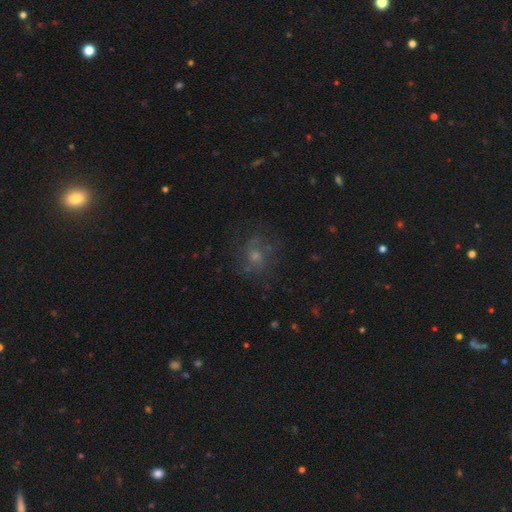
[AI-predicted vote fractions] This appears to be a featured or disk galaxy (43%). Merging: none (64%).